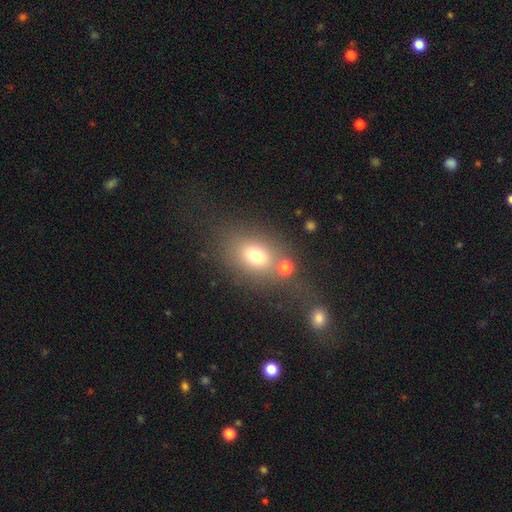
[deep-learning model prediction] Morphology: type=smooth (73%); roundness=in between (68%); merging=none (61%).